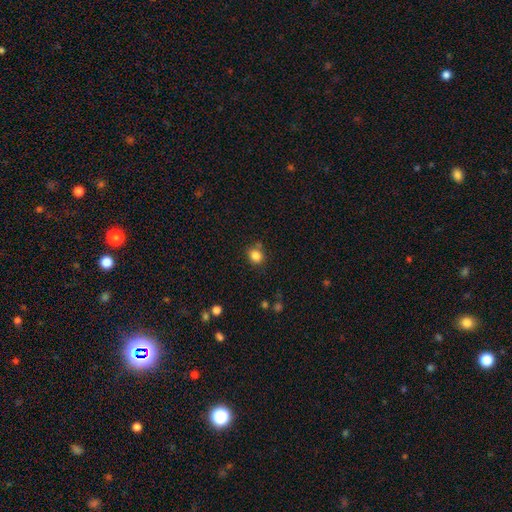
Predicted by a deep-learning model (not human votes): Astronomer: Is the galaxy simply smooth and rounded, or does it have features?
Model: smooth — 84%.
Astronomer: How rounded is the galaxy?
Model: round — 74%.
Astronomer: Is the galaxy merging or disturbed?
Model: none — 77%.